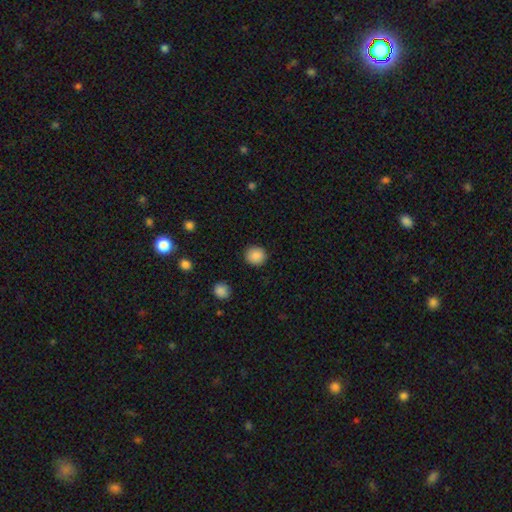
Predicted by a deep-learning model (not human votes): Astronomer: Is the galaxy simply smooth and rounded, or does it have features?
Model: smooth — 88%.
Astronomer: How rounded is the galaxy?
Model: round — 90%.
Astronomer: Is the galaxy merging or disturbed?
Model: none — 92%.